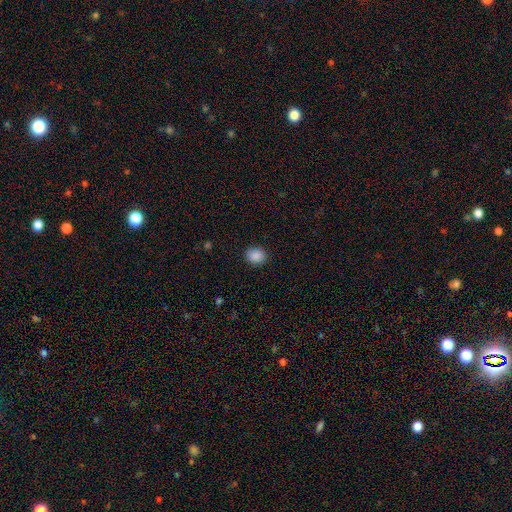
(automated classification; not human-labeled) Smooth or featured? smooth (88%)
How rounded? round (62%)
Merging? none (89%)